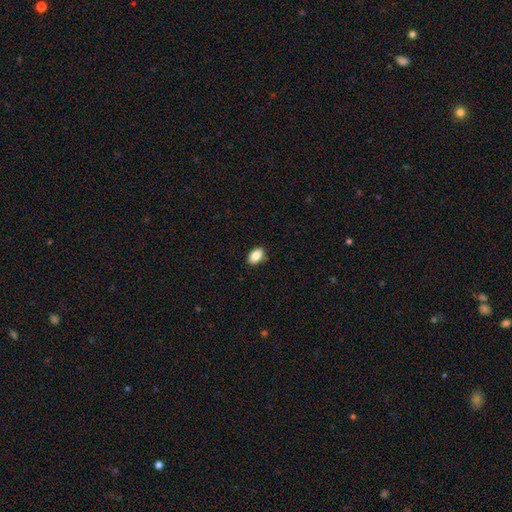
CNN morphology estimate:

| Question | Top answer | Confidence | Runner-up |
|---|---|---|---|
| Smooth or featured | smooth | 84% | featured or disk (8%) |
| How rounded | in between | 90% | round (7%) |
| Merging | none | 87% | minor disturbance (10%) |